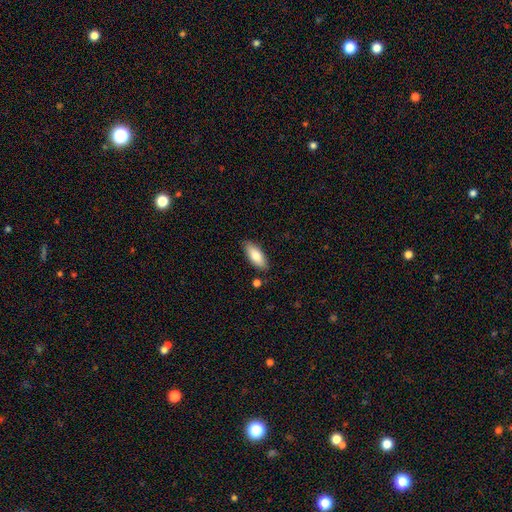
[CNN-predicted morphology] Smooth or featured?
  - smooth: 82% *
  - featured or disk: 12%
  - star or artifact: 6%
How rounded?
  - in between: 81% *
  - cigar-shaped: 17%
  - round: 2%
Merging?
  - none: 85% *
  - minor disturbance: 11%
  - merger: 2%
  - major disturbance: 2%